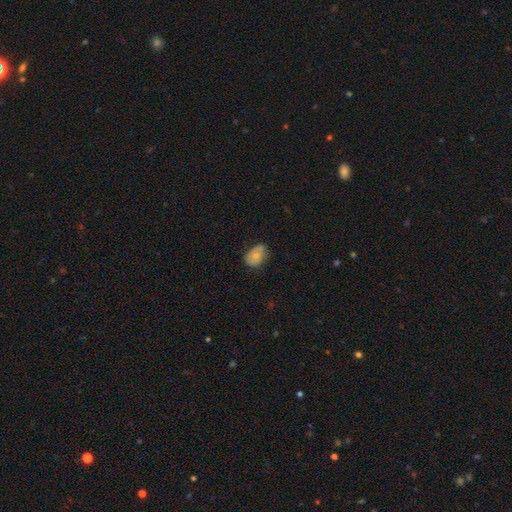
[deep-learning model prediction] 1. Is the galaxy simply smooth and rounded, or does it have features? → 66% smooth, 25% featured or disk, 8% star or artifact.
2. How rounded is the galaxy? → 78% in between, 21% round, 1% cigar-shaped.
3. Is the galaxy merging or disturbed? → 61% none, 31% minor disturbance, 6% major disturbance, 2% merger.